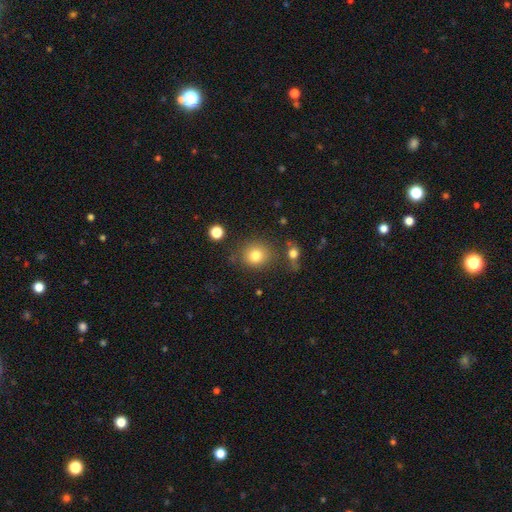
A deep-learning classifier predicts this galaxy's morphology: smooth-or-featured: smooth: 80% | star or artifact: 12% | featured or disk: 8%
  how-rounded: round: 83% | in between: 17% | cigar-shaped: 1%
  merging: none: 78% | minor disturbance: 12% | merger: 6% | major disturbance: 4%